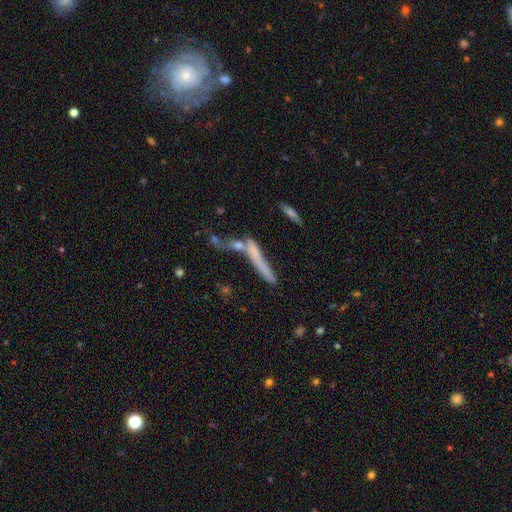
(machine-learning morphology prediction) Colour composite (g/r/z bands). It shows a smooth galaxy with no disk features (49%). Merging: none (53%).